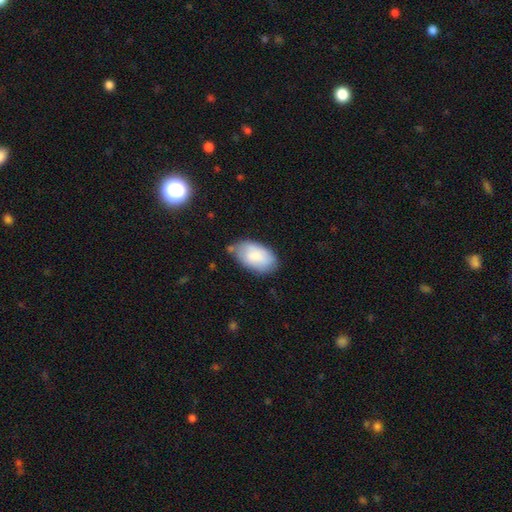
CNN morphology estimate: Smooth or featured? Predicted: smooth (p=0.82). How rounded? Predicted: in between (p=0.94). Merging? Predicted: none (p=0.67).